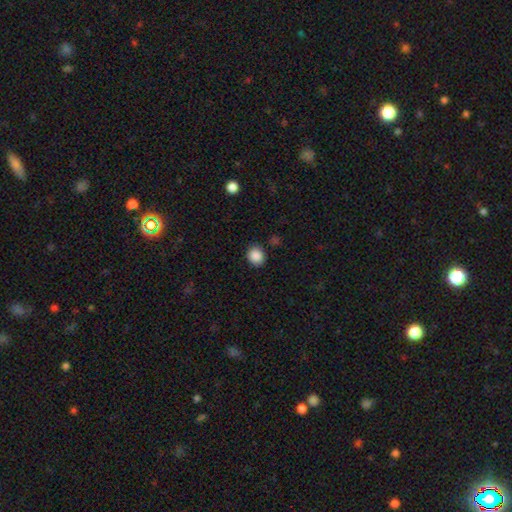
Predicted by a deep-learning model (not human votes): The model was most divided on "how rounded": round: 75%, in between: 24%, cigar-shaped: 1%. More confident: smooth or featured — smooth (88%); merging — none (85%).